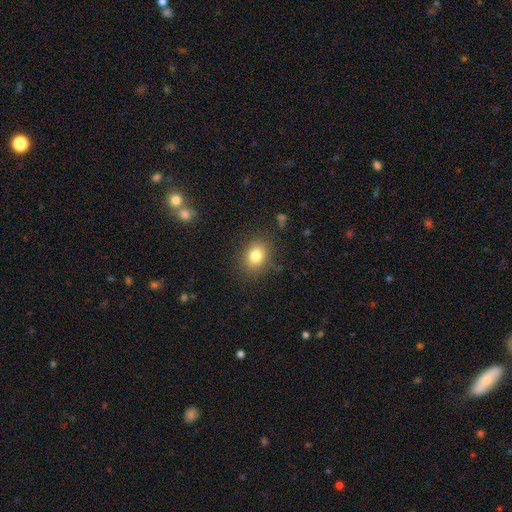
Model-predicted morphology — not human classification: This is clearly a smooth galaxy (81%). How rounded: possibly in between (51%). Merging: clearly none (84%).